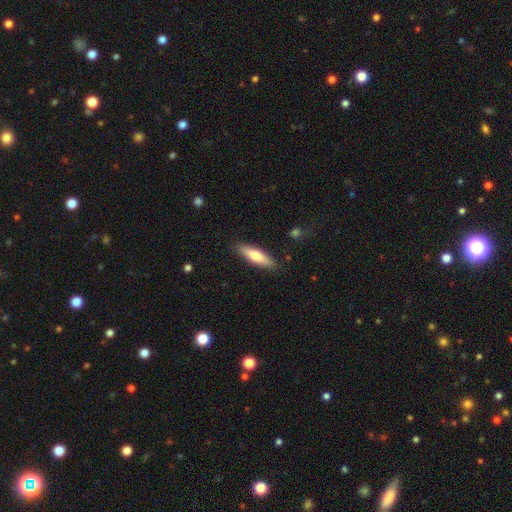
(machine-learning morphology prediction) smooth 68%, featured or disk 27%, star or artifact 6%. Down the decision tree: how rounded — cigar-shaped (64%); merging — none (87%).